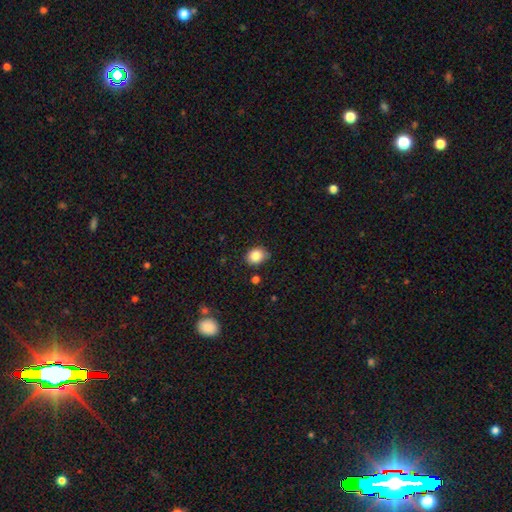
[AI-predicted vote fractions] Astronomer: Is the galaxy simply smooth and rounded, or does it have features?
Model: smooth — 84%.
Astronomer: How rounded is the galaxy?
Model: round — 58% (runner-up: in between, 41%).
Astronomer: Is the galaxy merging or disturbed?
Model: none — 78%.